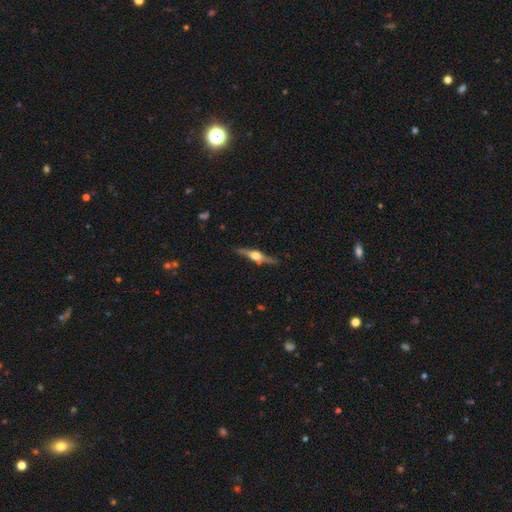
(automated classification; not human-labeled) This is likely a featured or disk galaxy (80%). It is clearly viewed edge-on (98%). Edge-on bulge: clearly rounded (95%). Merging: clearly none (87%).